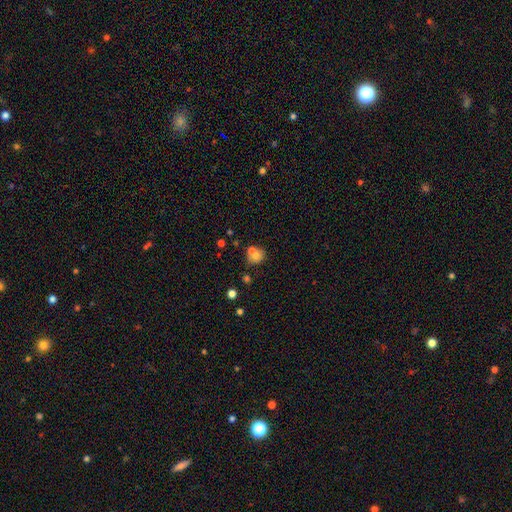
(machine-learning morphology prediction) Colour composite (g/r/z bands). It shows a smooth galaxy with no disk features (68%) that is round (77%). Merging: none (50%).